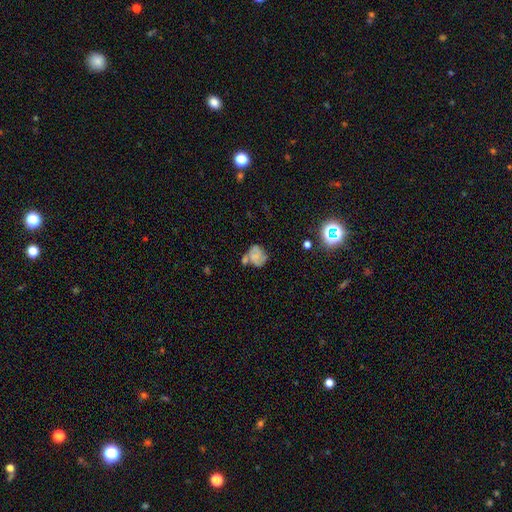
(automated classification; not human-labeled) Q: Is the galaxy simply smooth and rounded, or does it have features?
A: smooth — 54%.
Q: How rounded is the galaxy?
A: round — 58%.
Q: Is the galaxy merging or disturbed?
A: none — 38%.